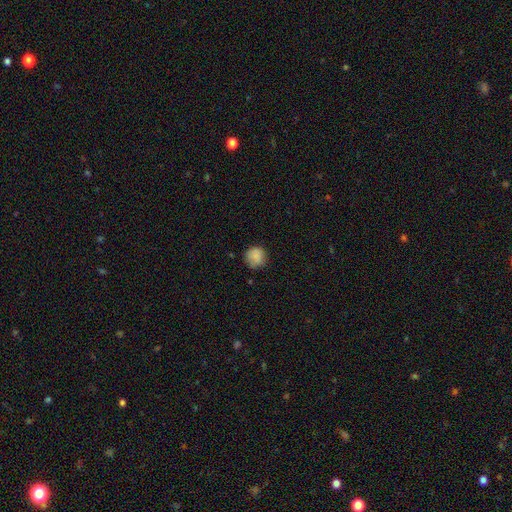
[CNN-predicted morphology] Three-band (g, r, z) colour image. It shows a smooth galaxy with no disk features (85%) that is round (90%). Merging: none (76%).